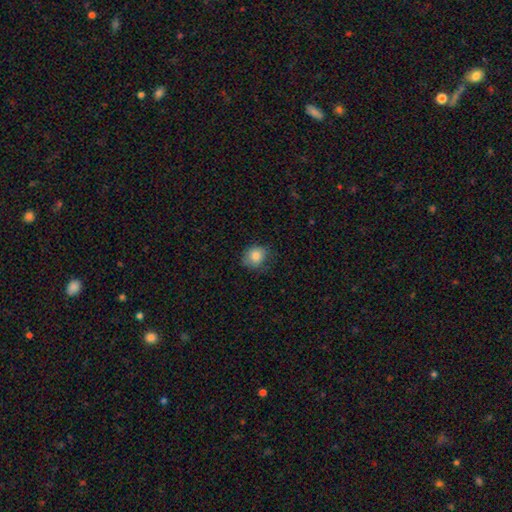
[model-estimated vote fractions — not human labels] The model was most divided on "how rounded": round: 70%, in between: 29%, cigar-shaped: 1%. More confident: smooth or featured — smooth (83%); merging — none (73%).